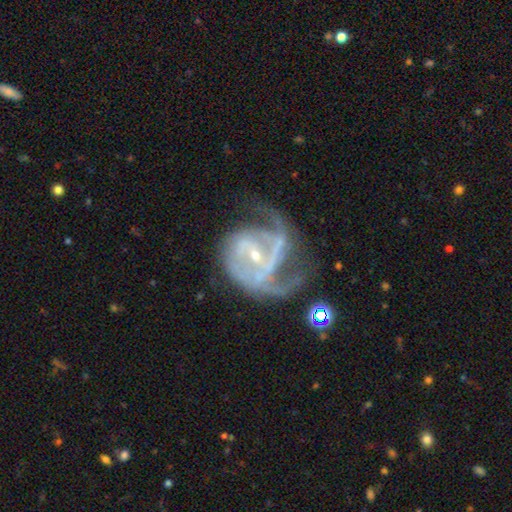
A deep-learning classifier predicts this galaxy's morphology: type=featured or disk (87%); edge-on=no (98%); bar=weak (42%); spiral arms=yes (91%); winding=medium (48%); arm count=2 (45%); bulge=small (77%); merging=major disturbance (39%).